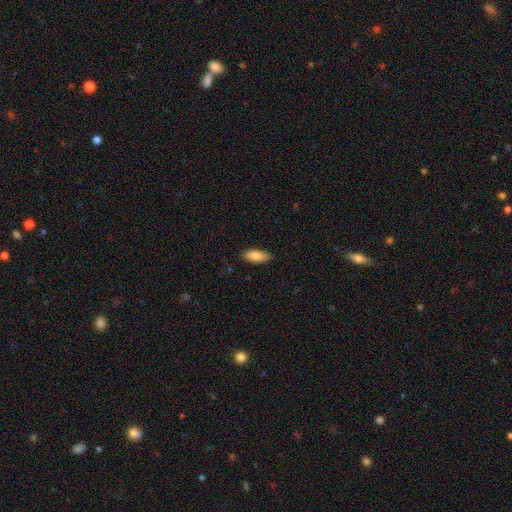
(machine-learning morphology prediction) smooth-or-featured: smooth: 85% | featured or disk: 9% | star or artifact: 6%
  how-rounded: in between: 80% | cigar-shaped: 18% | round: 2%
  merging: none: 84% | minor disturbance: 13% | major disturbance: 2% | merger: 1%